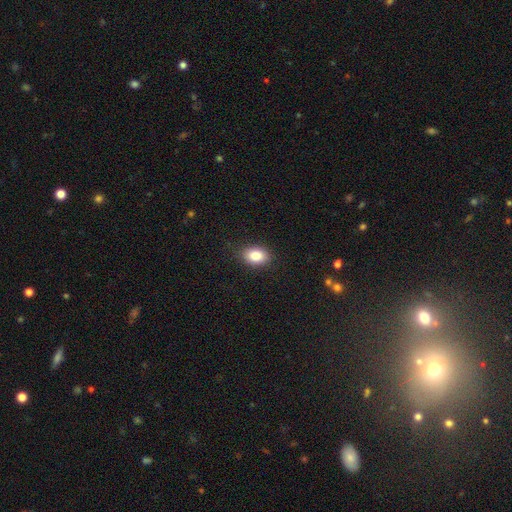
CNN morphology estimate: A smooth galaxy with no disk features (84%) that is in between round and cigar-shaped (78%).

Vote fractions:
- Smooth or featured? smooth: 84% / star or artifact: 9% / featured or disk: 7%
- How rounded? in between: 78% / round: 20% / cigar-shaped: 1%
- Merging? none: 86% / minor disturbance: 10% / major disturbance: 2% / merger: 1%